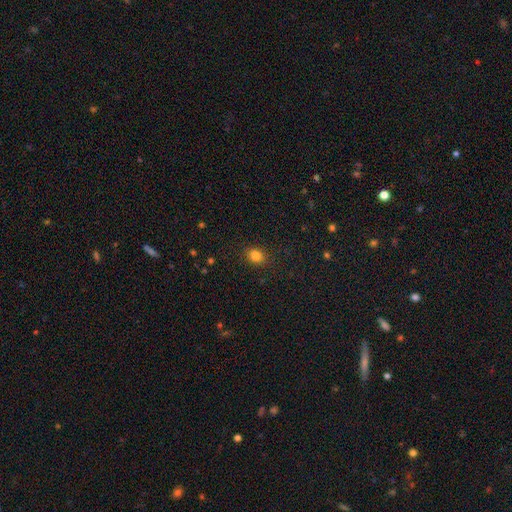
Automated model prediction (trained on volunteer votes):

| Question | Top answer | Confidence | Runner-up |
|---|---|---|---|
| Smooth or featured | smooth | 81% | star or artifact (13%) |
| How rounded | in between | 64% | round (35%) |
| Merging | none | 80% | minor disturbance (13%) |